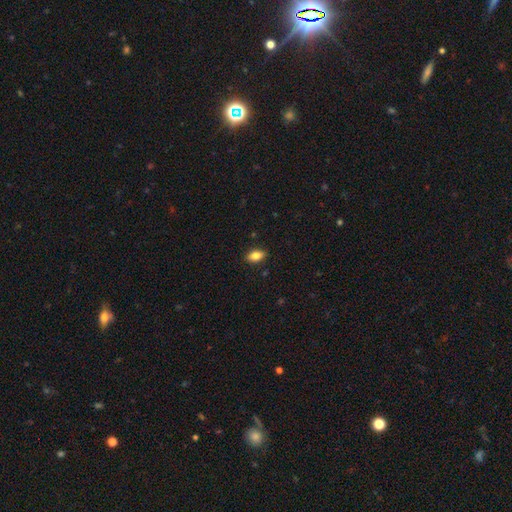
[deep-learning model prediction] A smooth galaxy with no disk features (80%) that is in between round and cigar-shaped (88%). Merging: none (88%).